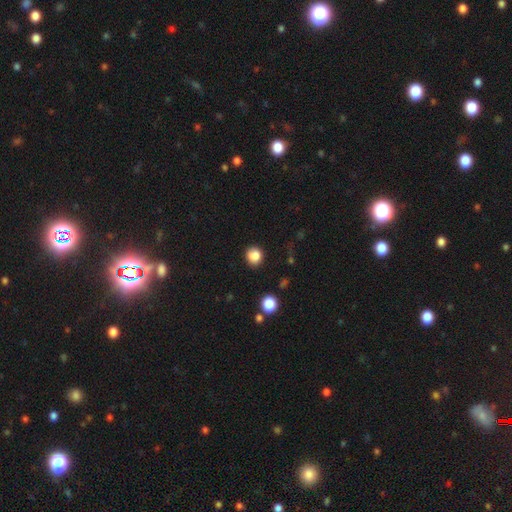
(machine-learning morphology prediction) Smooth or featured: smooth — 85% (star or artifact — 11%)
How rounded: round — 85% (in between — 14%)
Merging: none — 84% (minor disturbance — 11%)